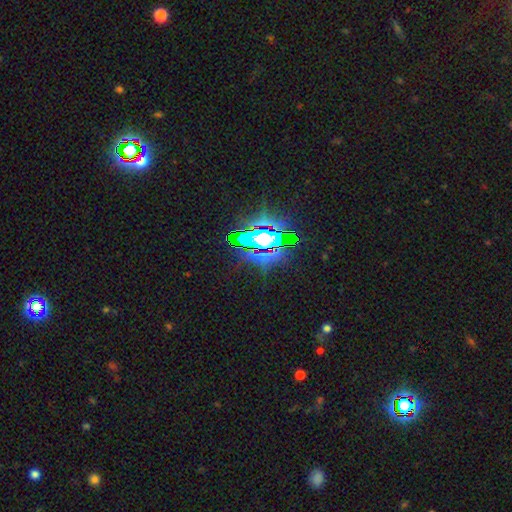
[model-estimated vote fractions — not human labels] A star or artifact, not a galaxy (81%).

Vote fractions:
- Smooth or featured? star or artifact: 81% / smooth: 10% / featured or disk: 9%